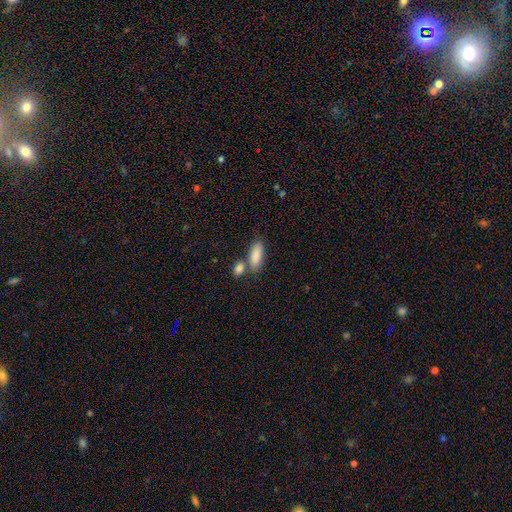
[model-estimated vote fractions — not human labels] smooth_or_featured: smooth (p=0.87) [alt: featured or disk p=0.07]
how_rounded: in between (p=0.71) [alt: cigar-shaped p=0.26]
merging: none (p=0.58) [alt: merger p=0.27]